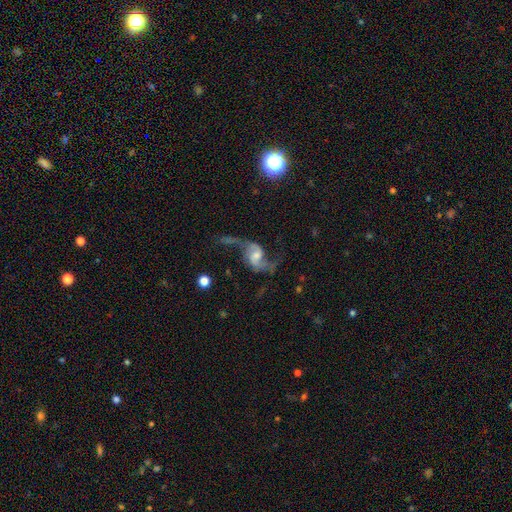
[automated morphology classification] Overall: featured or disk (87%). Edge-on disk: no (97%). Bar: weak (46%; no 39%). Spiral arms: yes (96%). Spiral arm count: 2 (93%). Spiral winding: loose (82%). Bulge size: moderate (43%; small 35%). Merging: none (56%; major disturbance 22%).